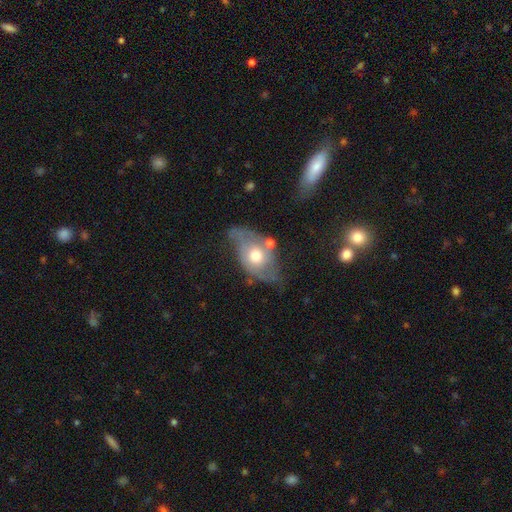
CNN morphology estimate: Overall: featured or disk (57%; smooth 36%). Edge-on disk: no (90%). Bar: no (81%). Spiral arms: yes (60%; no 40%). Bulge size: moderate (70%). Merging: none (36%; minor disturbance 32%).